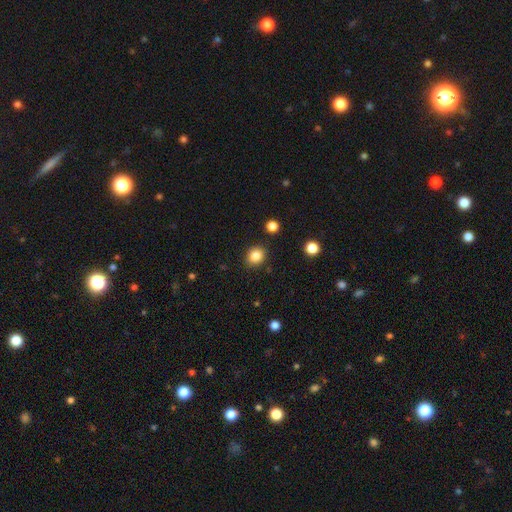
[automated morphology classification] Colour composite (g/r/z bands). It shows a smooth galaxy with no disk features (84%) that is round (68%). Merging: none (88%).